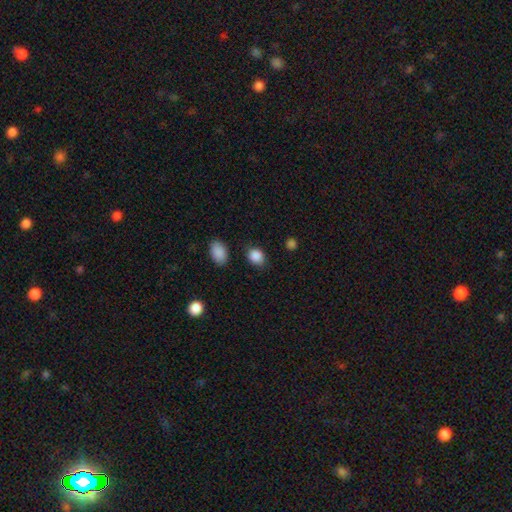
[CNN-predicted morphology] A smooth galaxy with no disk features (88%) that is in between round and cigar-shaped (53%).

Vote fractions:
- Smooth or featured? smooth: 88% / star or artifact: 9% / featured or disk: 3%
- How rounded? in between: 53% / round: 46% / cigar-shaped: 1%
- Merging? none: 80% / minor disturbance: 13% / major disturbance: 4% / merger: 3%